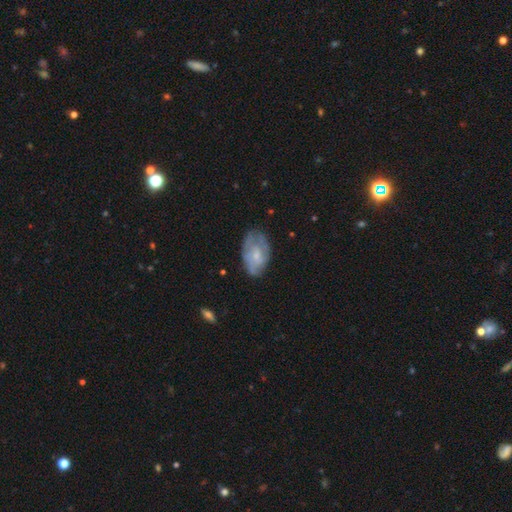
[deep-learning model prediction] Smooth or featured? Predicted: featured or disk (p=0.51). Edge-on disk? Predicted: no (p=0.96). Merging? Predicted: none (p=0.59).